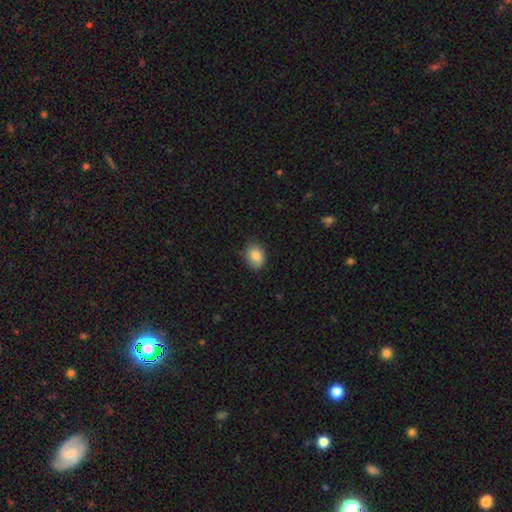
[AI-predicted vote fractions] Smooth or featured? Predicted: smooth (p=0.86). How rounded? Predicted: in between (p=0.65). Merging? Predicted: none (p=0.83).